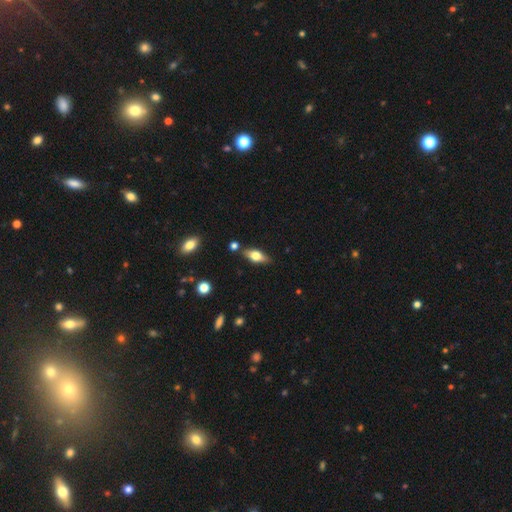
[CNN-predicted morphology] Overall: smooth (57%; featured or disk 35%). How rounded: in between (73%). Merging: none (79%).